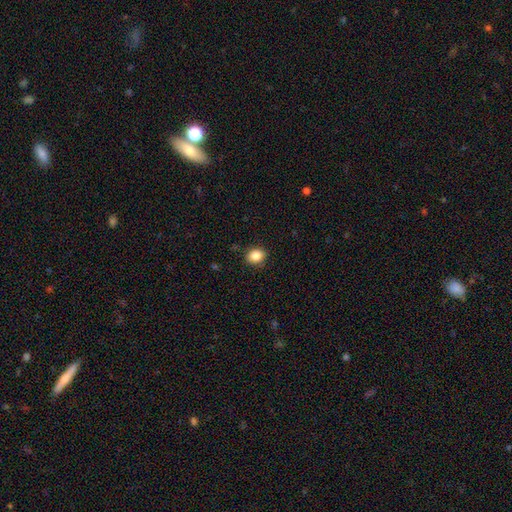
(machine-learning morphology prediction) This is clearly a smooth galaxy (86%). How rounded: possibly round (51%). Merging: clearly none (87%).